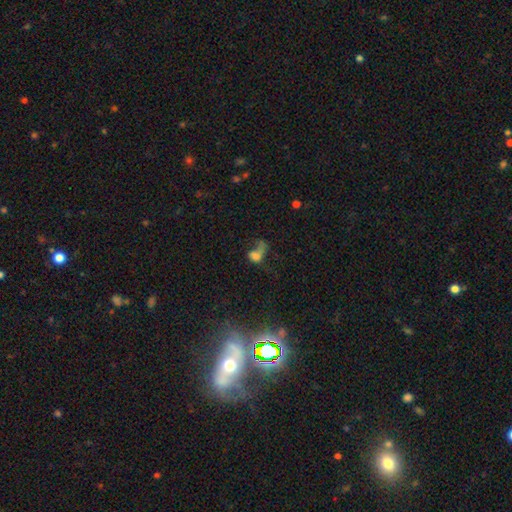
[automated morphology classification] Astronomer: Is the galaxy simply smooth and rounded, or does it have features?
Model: smooth — 52% (runner-up: featured or disk, 29%).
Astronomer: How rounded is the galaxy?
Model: in between — 70%.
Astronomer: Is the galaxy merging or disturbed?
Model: major disturbance — 48%.